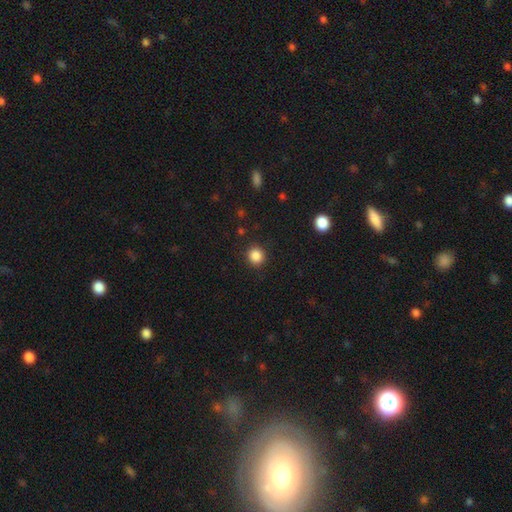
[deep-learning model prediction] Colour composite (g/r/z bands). It shows a smooth galaxy with no disk features (86%) that is round (89%). Merging: none (90%).